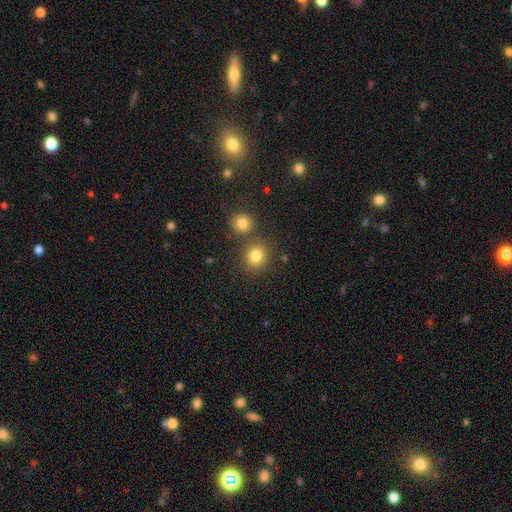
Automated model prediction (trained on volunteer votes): A smooth galaxy with no disk features (81%) that is round (81%). Merging: none (74%).